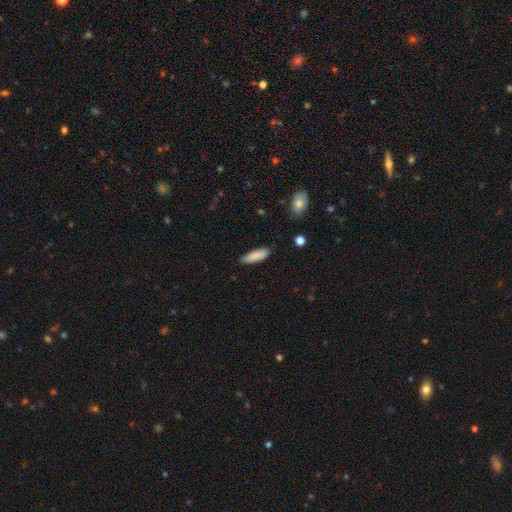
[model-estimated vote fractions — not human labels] Smooth or featured?
  - smooth: 87% *
  - featured or disk: 7%
  - star or artifact: 6%
How rounded?
  - cigar-shaped: 49% * (tied)
  - in between: 49% * (tied)
  - round: 2%
Merging?
  - none: 81% *
  - minor disturbance: 15%
  - major disturbance: 2%
  - merger: 1%